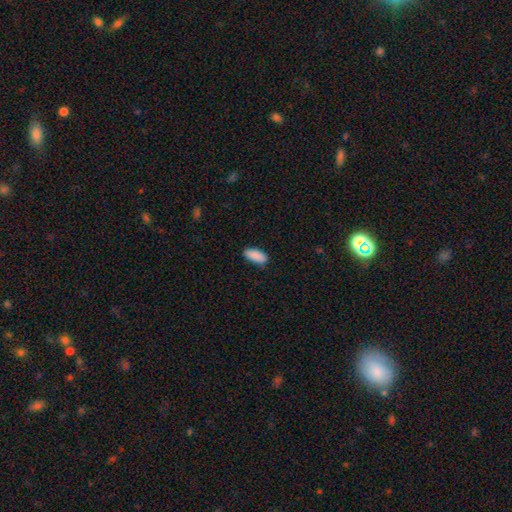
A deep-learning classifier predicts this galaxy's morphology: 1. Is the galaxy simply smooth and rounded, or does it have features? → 90% smooth, 6% star or artifact, 4% featured or disk.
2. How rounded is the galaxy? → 86% in between, 12% cigar-shaped, 2% round.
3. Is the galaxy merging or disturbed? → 86% none, 11% minor disturbance, 2% major disturbance, 1% merger.